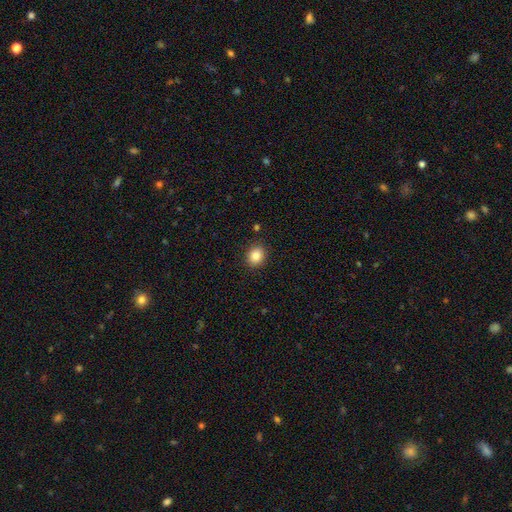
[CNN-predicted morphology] Smooth or featured? smooth (85%)
How rounded? round (63%)
Merging? none (89%)